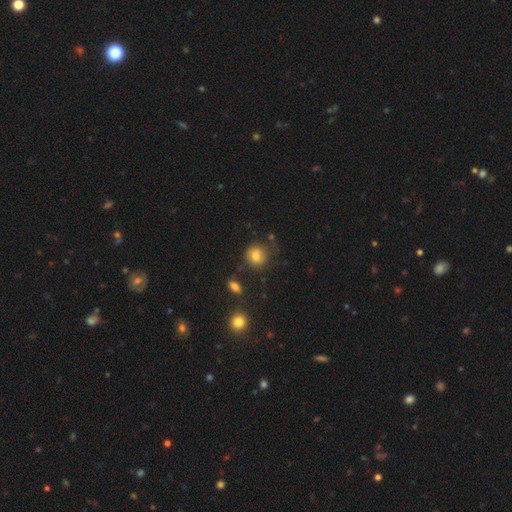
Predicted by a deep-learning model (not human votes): Smooth or featured: smooth — 75% (featured or disk — 14%)
How rounded: round — 79% (in between — 20%)
Merging: none — 67% (minor disturbance — 20%)